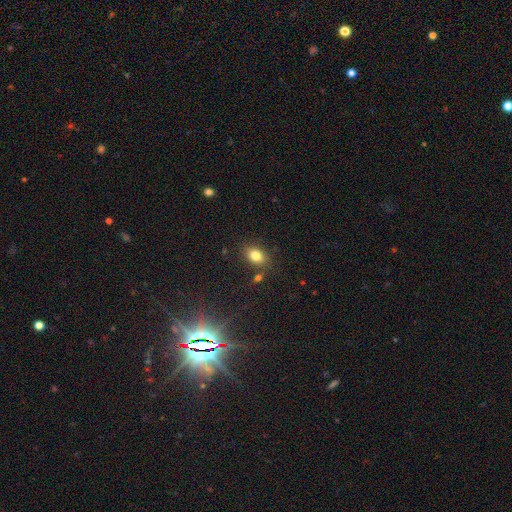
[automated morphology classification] This is clearly a smooth galaxy (81%). How rounded: clearly in between (81%). Merging: likely none (79%).